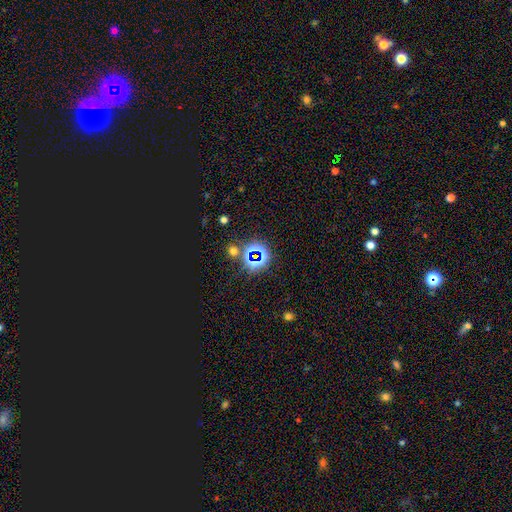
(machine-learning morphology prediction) Q: Smooth or featured?
A: star or artifact (71%); runner-up: smooth (21%)